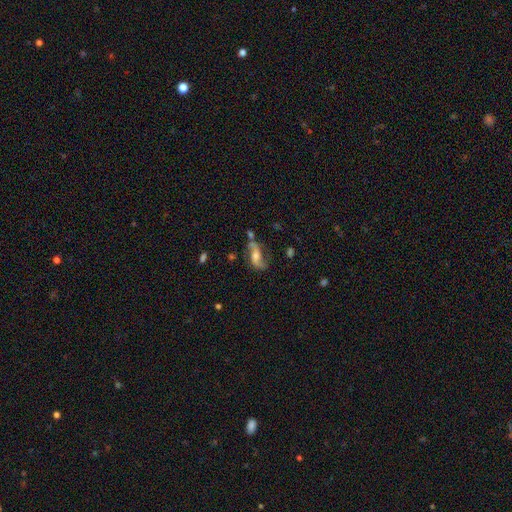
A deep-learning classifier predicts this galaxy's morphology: smooth-or-featured: featured or disk: 74% | smooth: 17% | star or artifact: 9%
  disk-edge-on: no: 94% | yes: 6%
    bar: no: 51% | weak: 35% | strong: 14%
    has-spiral-arms: yes: 91% | no: 9%
      spiral-winding: loose: 59% | medium: 31% | tight: 10%
      spiral-arm-count: 2: 85% | 1: 7% | can't tell: 5% | 3: 1% | 4: 1% | more than 4: 1%
    bulge-size: moderate: 56% | small: 31% | large: 8% | none: 4% | dominant: 2%
  merging: none: 54% | minor disturbance: 21% | major disturbance: 14% | merger: 11%